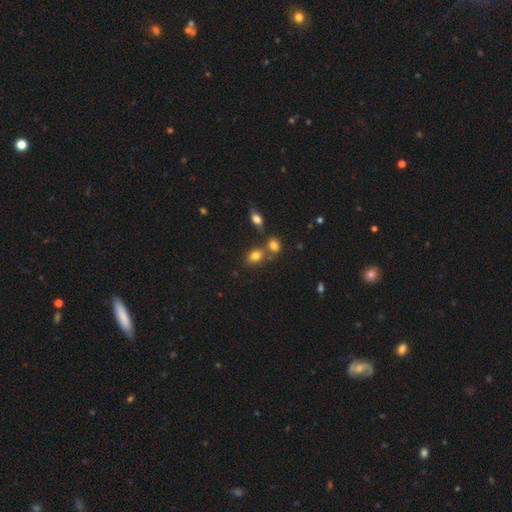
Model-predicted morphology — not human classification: Smooth or featured: smooth — 79% (star or artifact — 12%)
How rounded: in between — 68% (round — 30%)
Merging: none — 55% (merger — 30%)